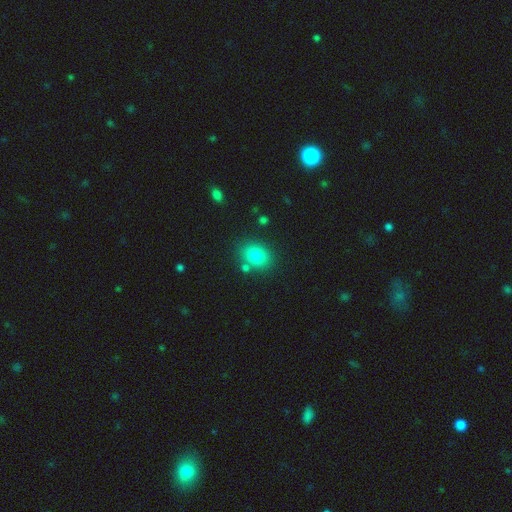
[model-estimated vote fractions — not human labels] The model was most divided on "how rounded": in between: 54%, round: 45%, cigar-shaped: 1%. More confident: smooth or featured — smooth (80%); merging — none (78%).